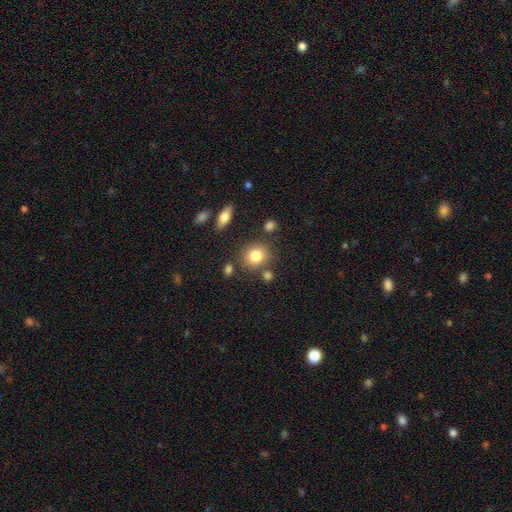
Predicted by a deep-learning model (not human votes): Q: Smooth or featured?
A: smooth (82%); runner-up: star or artifact (10%)
Q: How rounded?
A: round (76%); runner-up: in between (23%)
Q: Merging?
A: none (78%); runner-up: minor disturbance (11%)